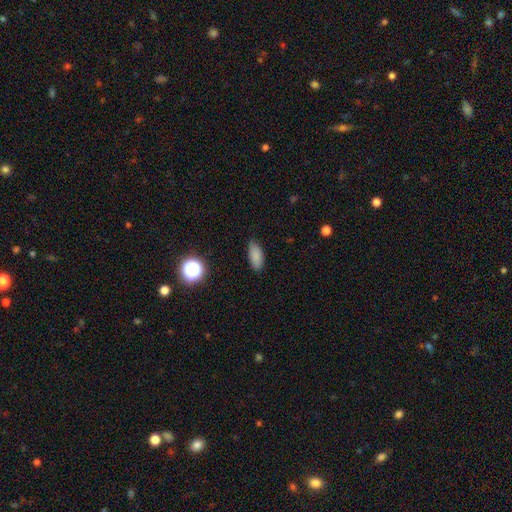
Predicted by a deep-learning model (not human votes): Smooth or featured: smooth — 84% (star or artifact — 10%)
How rounded: in between — 83% (cigar-shaped — 14%)
Merging: none — 83% (minor disturbance — 13%)